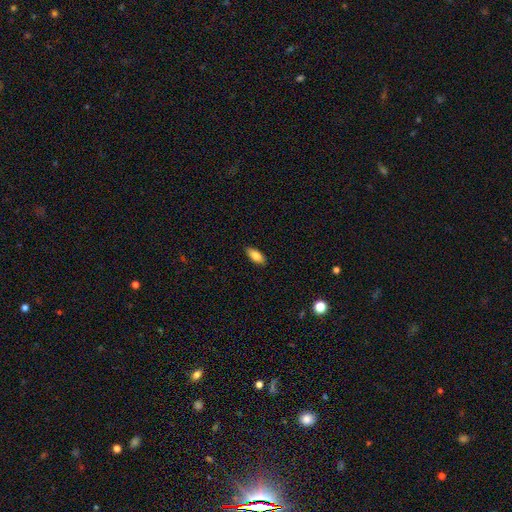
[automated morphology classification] type=smooth (82%); roundness=in between (85%); merging=none (89%).